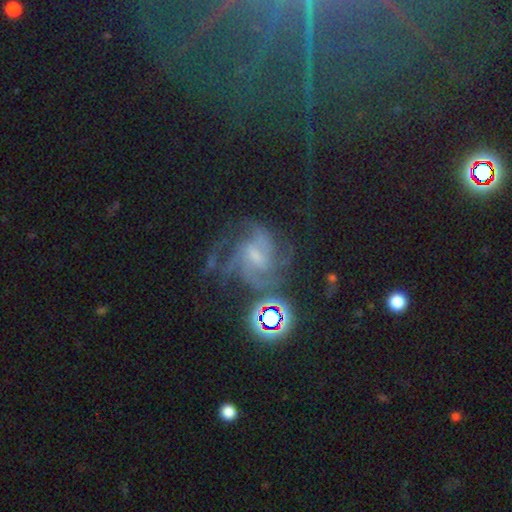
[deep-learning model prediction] featured or disk 68%, star or artifact 21%, smooth 11%. Down the decision tree: edge-on disk — no (97%); bar — weak (49%); spiral arms — yes (92%); spiral arm count — can't tell (29%); spiral winding — medium (49%); bulge size — small (47%); merging — none (50%).